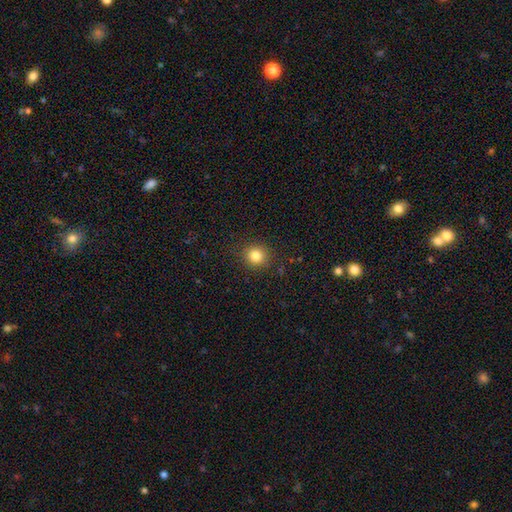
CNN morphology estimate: Overall: smooth (82%). How rounded: round (90%). Merging: none (89%).